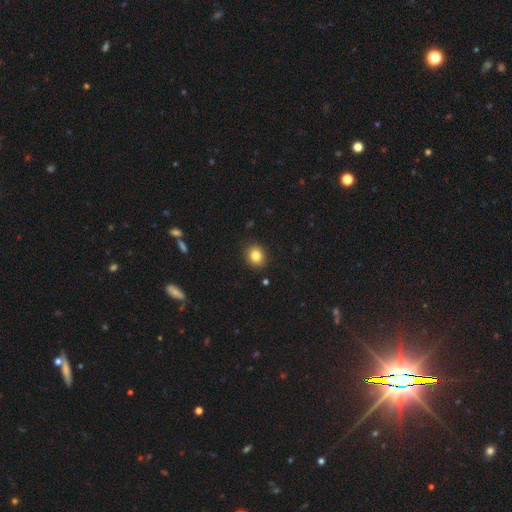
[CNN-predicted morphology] Smooth or featured?
  - smooth: 83% *
  - star or artifact: 11%
  - featured or disk: 6%
How rounded?
  - round: 64% *
  - in between: 35%
  - cigar-shaped: 1%
Merging?
  - none: 90% *
  - minor disturbance: 7%
  - major disturbance: 2%
  - merger: 1%